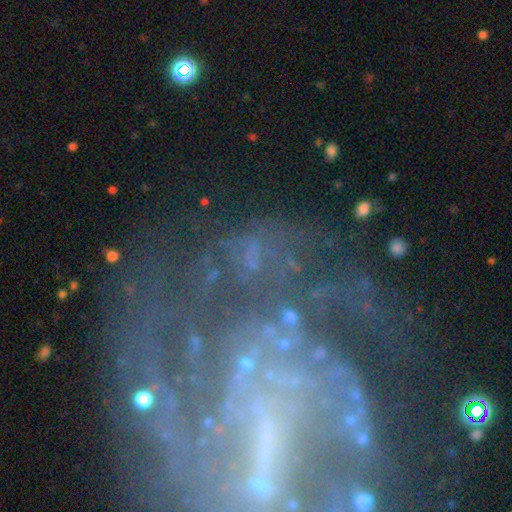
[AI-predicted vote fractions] Smooth or featured?
  - featured or disk: 47% *
  - star or artifact: 36%
  - smooth: 17%
Merging?
  - none: 50% *
  - major disturbance: 22%
  - minor disturbance: 19%
  - merger: 9%